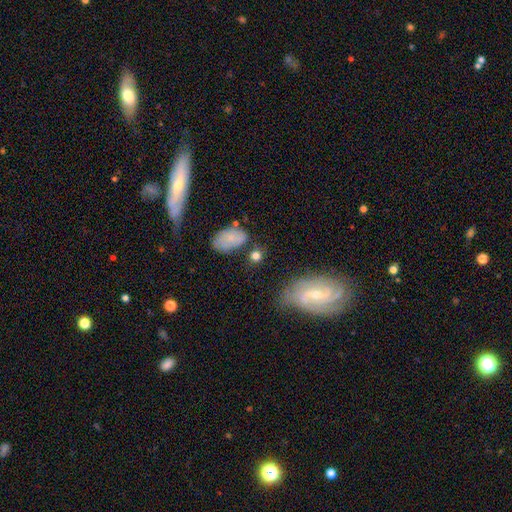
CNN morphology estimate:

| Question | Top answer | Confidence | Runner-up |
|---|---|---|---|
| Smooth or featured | smooth | 75% | featured or disk (15%) |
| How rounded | in between | 53% | round (45%) |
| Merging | none | 64% | minor disturbance (17%) |